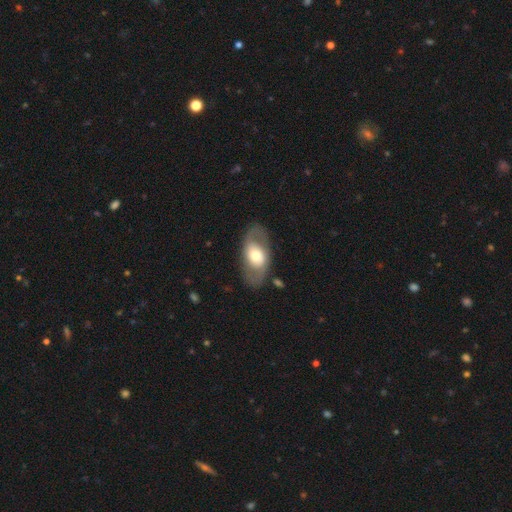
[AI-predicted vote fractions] The model was most divided on "smooth or featured": featured or disk: 55%, smooth: 39%, star or artifact: 6%. More confident: edge-on disk — no (90%); merging — none (77%).